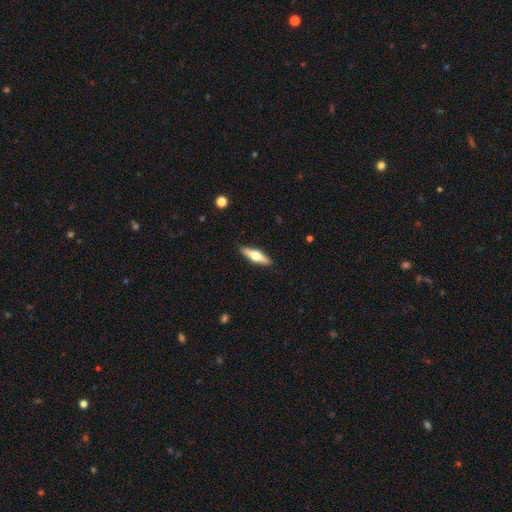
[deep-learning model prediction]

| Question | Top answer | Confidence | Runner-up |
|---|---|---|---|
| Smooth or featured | featured or disk | 54% | smooth (40%) |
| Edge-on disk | yes | 94% | no (6%) |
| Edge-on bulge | rounded | 95% | boxy (3%) |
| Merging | none | 90% | minor disturbance (7%) |